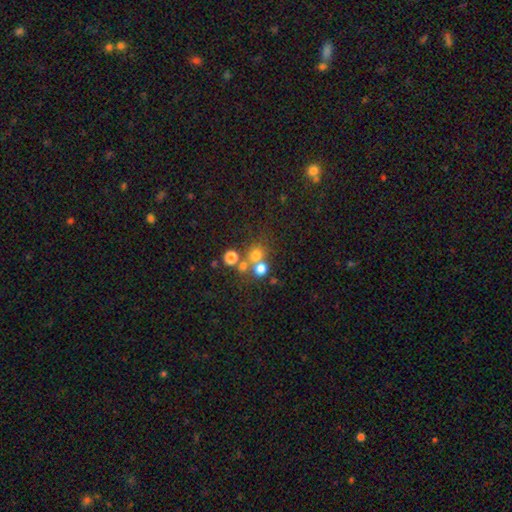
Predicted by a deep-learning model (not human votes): Morphology: type=smooth (66%); roundness=round (84%); merging=none (53%).